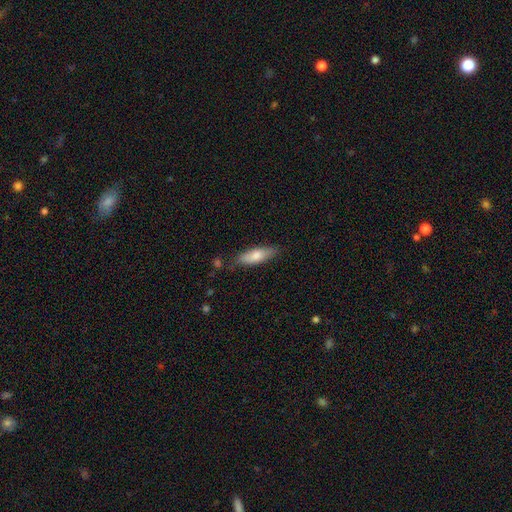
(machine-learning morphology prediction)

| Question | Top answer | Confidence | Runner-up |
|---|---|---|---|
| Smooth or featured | smooth | 75% | featured or disk (19%) |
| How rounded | in between | 54% | cigar-shaped (44%) |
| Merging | none | 78% | minor disturbance (16%) |